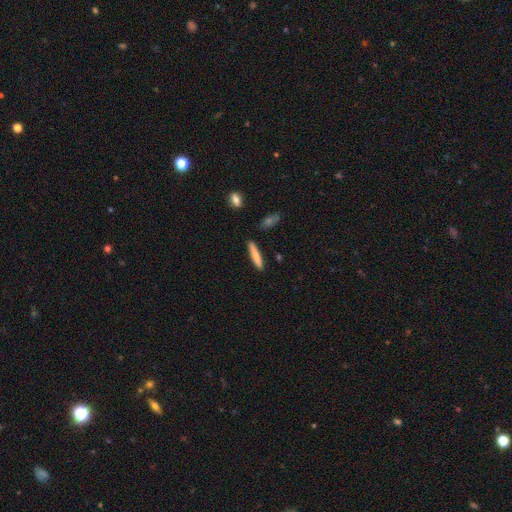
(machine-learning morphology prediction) Smooth or featured? smooth (75%)
How rounded? cigar-shaped (90%)
Merging? none (89%)